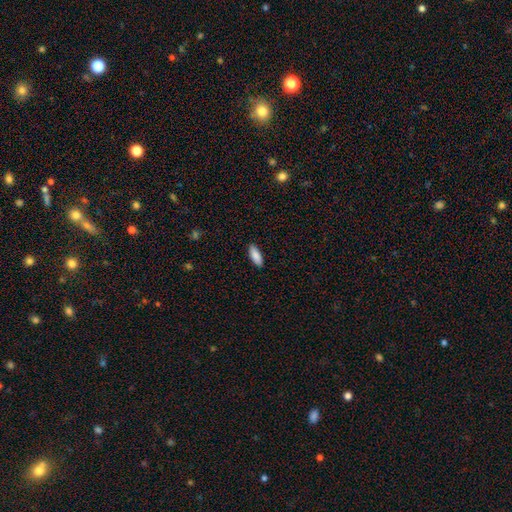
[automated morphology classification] Smooth or featured: smooth — 88% (featured or disk — 6%)
How rounded: in between — 74% (cigar-shaped — 24%)
Merging: none — 89% (minor disturbance — 8%)